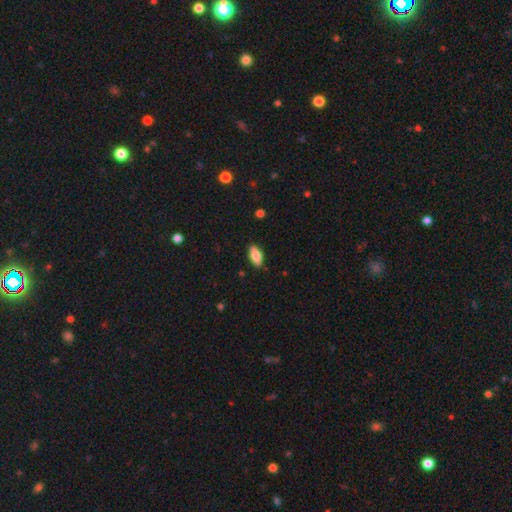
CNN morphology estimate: smooth 80%, featured or disk 13%, star or artifact 7%. Down the decision tree: how rounded — in between (89%); merging — none (87%).